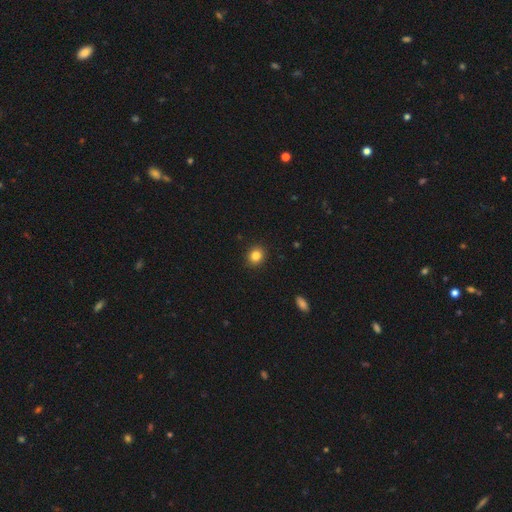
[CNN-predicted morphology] type=smooth (84%); roundness=round (81%); merging=none (92%).